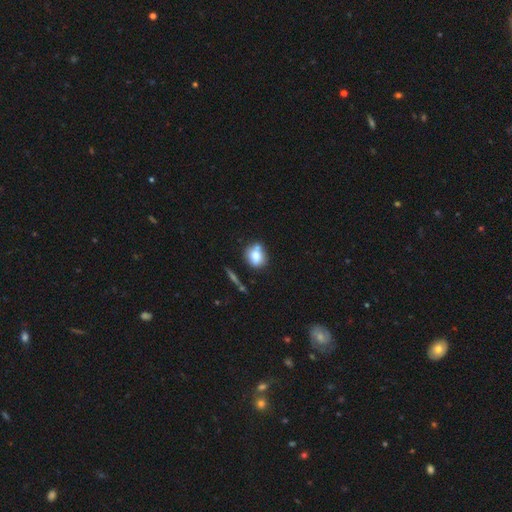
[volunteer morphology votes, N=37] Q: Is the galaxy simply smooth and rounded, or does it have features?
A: smooth — 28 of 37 (76%).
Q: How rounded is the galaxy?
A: round — 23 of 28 (82%).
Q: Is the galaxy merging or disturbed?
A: none — 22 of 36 (61%).